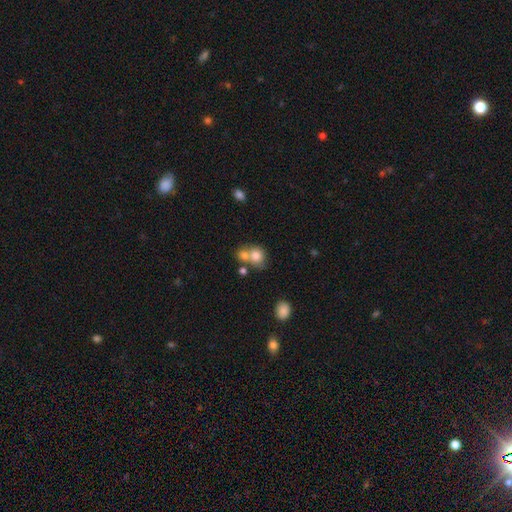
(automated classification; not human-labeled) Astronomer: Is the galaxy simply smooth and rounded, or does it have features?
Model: smooth — 77%.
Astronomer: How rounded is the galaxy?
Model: round — 73%.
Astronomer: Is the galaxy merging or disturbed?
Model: merger — 50% (runner-up: none, 36%).